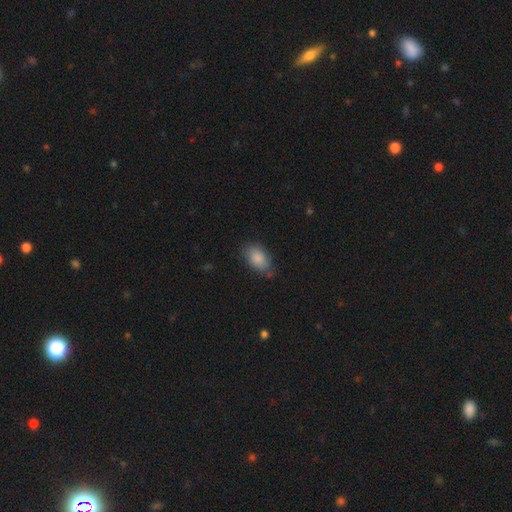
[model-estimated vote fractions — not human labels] Q: Smooth or featured?
A: smooth (86%); runner-up: featured or disk (7%)
Q: How rounded?
A: in between (88%); runner-up: round (11%)
Q: Merging?
A: none (71%); runner-up: minor disturbance (22%)